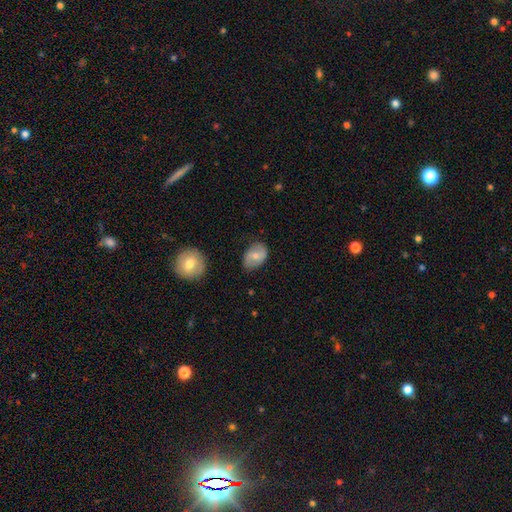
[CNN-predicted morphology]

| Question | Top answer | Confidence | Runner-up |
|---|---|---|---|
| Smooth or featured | smooth | 56% | featured or disk (37%) |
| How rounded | in between | 81% | round (17%) |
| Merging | none | 76% | minor disturbance (19%) |